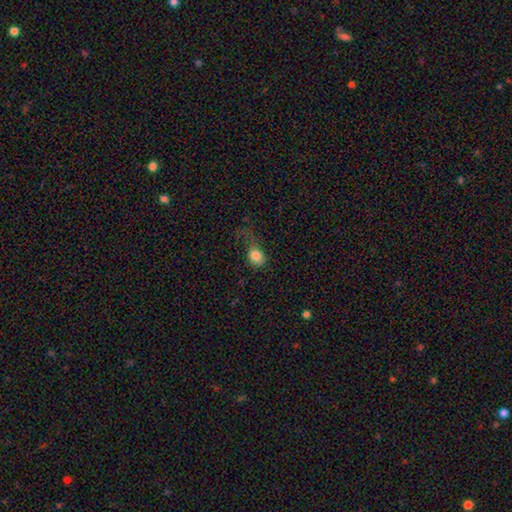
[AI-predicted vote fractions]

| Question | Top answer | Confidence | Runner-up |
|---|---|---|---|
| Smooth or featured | smooth | 80% | featured or disk (10%) |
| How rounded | round | 58% | in between (40%) |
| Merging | major disturbance | 43% | none (30%) |